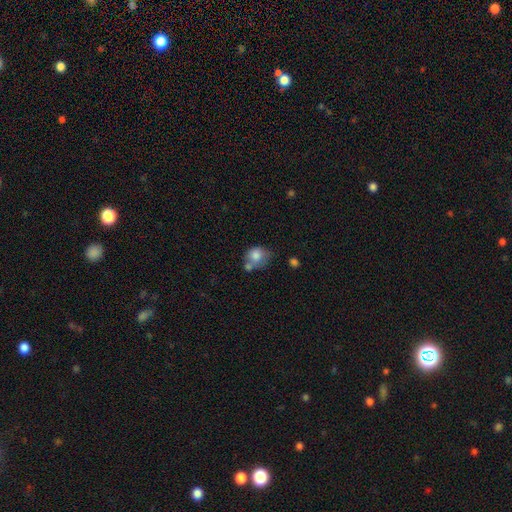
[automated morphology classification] A smooth galaxy with no disk features (76%) that is round (57%). Merging: none (35%).